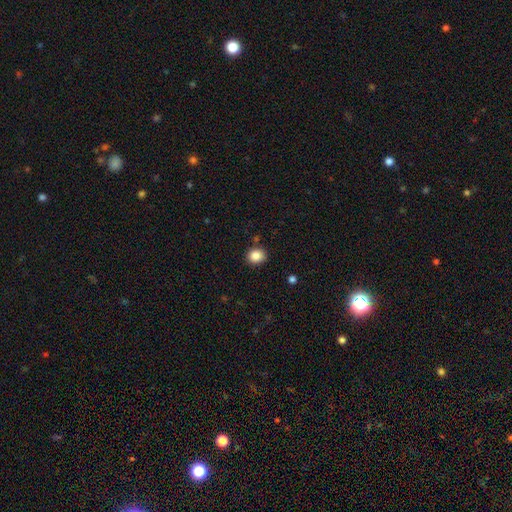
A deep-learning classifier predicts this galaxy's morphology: Overall: smooth (86%). How rounded: round (76%). Merging: none (87%).